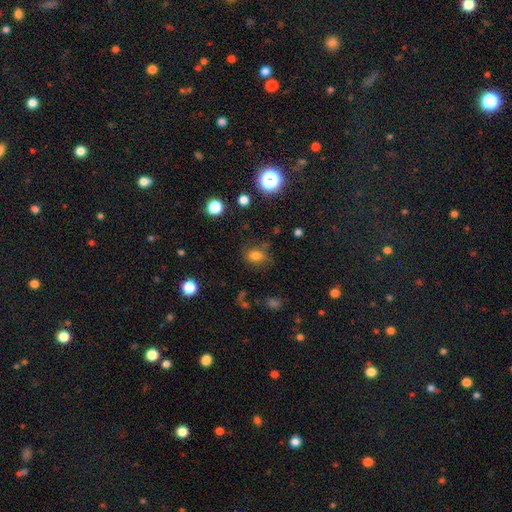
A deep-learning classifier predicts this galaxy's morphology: Smooth or featured? Predicted: smooth (p=0.75). How rounded? Predicted: in between (p=0.62). Merging? Predicted: none (p=0.71).